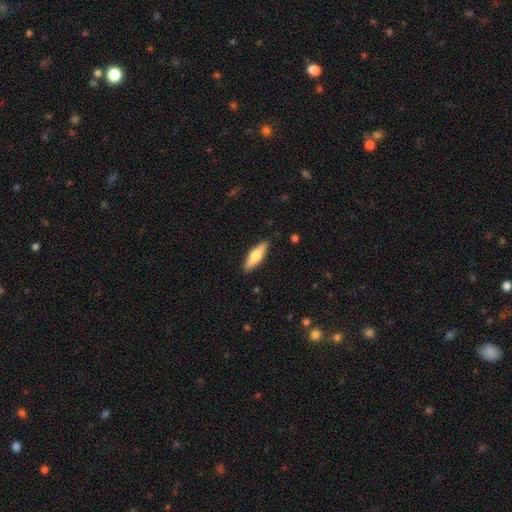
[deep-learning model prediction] This is possibly a smooth galaxy (53%). How rounded: likely cigar-shaped (60%). Merging: clearly none (89%).